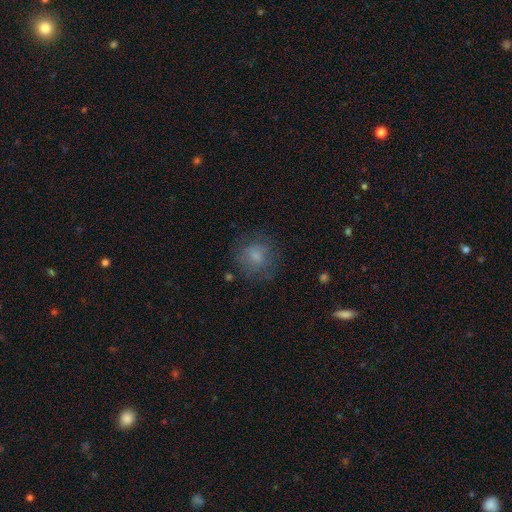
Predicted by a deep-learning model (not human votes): Smooth or featured: smooth — 70% (featured or disk — 19%)
How rounded: round — 82% (in between — 17%)
Merging: none — 70% (minor disturbance — 17%)